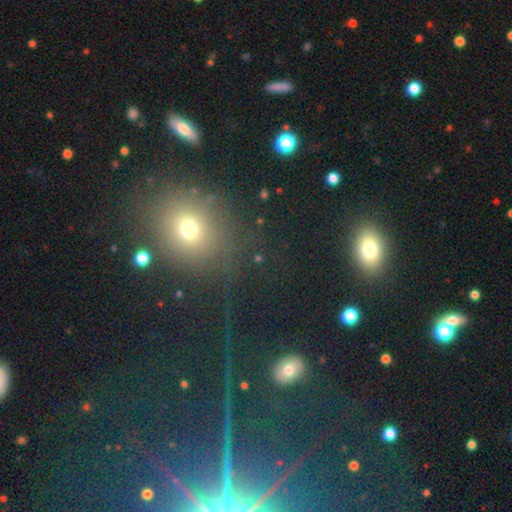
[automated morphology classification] A smooth galaxy with no disk features (49%). Merging: none (84%).